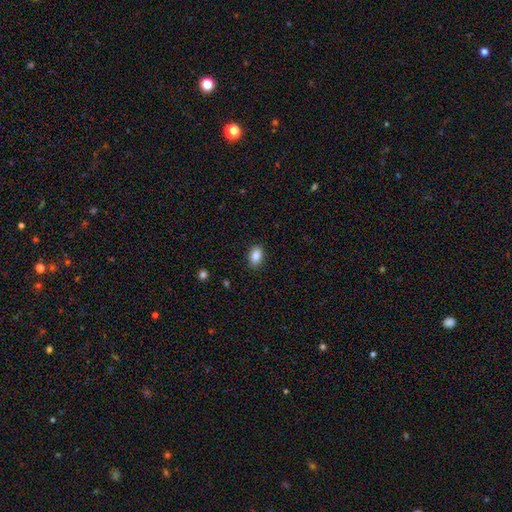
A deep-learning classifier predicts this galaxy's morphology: This is clearly a smooth galaxy (86%). How rounded: clearly in between (83%). Merging: clearly none (89%).